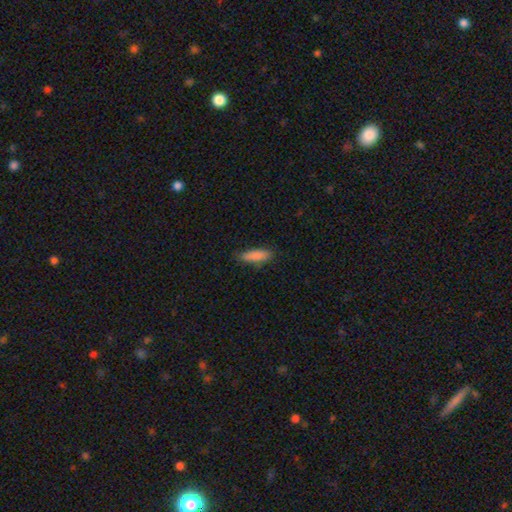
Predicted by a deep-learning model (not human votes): Smooth or featured?
  - smooth: 87% *
  - star or artifact: 7%
  - featured or disk: 6%
How rounded?
  - cigar-shaped: 51% *
  - in between: 48%
  - round: 2%
Merging?
  - none: 78% *
  - minor disturbance: 17%
  - major disturbance: 3%
  - merger: 2%